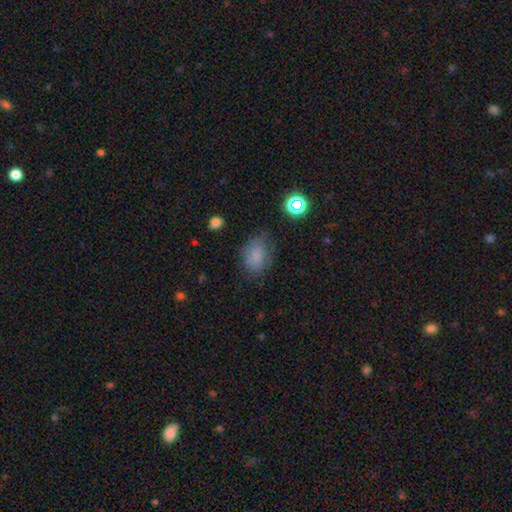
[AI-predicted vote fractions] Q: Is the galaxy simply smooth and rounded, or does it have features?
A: smooth — 79%.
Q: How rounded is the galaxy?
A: in between — 75%.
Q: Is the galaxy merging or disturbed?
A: none — 69%.